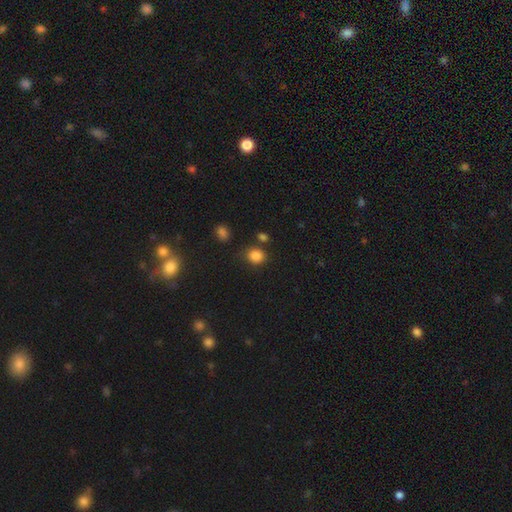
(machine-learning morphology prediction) Smooth or featured: smooth — 84% (star or artifact — 12%)
How rounded: round — 75% (in between — 24%)
Merging: none — 75% (minor disturbance — 13%)